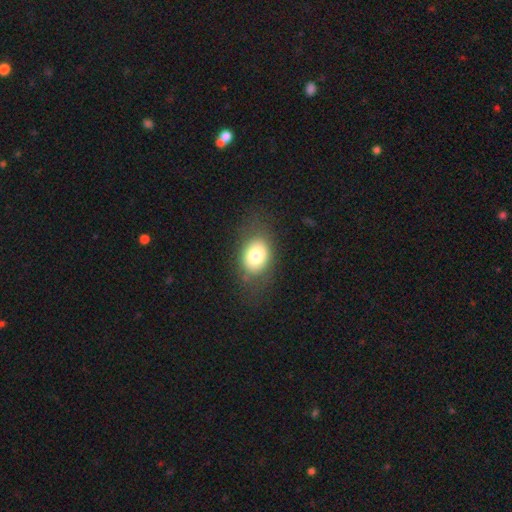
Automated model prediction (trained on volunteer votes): smooth_or_featured: smooth (p=0.75) [alt: featured or disk p=0.16]
how_rounded: in between (p=0.71) [alt: round p=0.28]
merging: none (p=0.73) [alt: minor disturbance p=0.16]